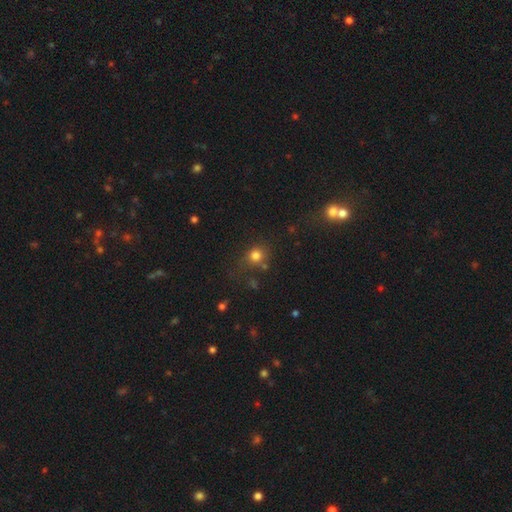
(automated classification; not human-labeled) The model was most divided on "merging": none: 68%, minor disturbance: 16%, major disturbance: 8%, merger: 8%. More confident: how rounded — round (81%); smooth or featured — smooth (77%).